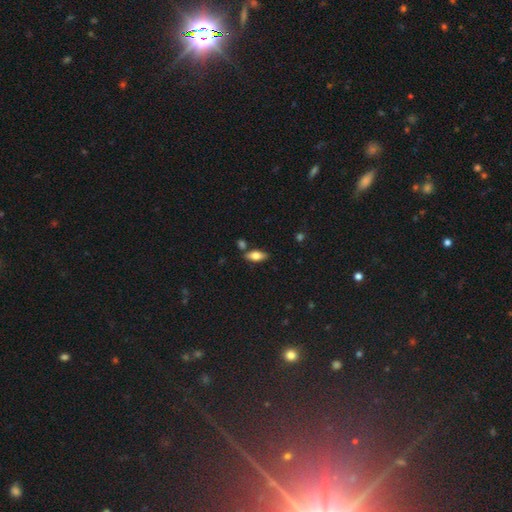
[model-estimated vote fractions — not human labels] This is likely a smooth galaxy (69%). How rounded: clearly in between (81%). Merging: likely none (77%).